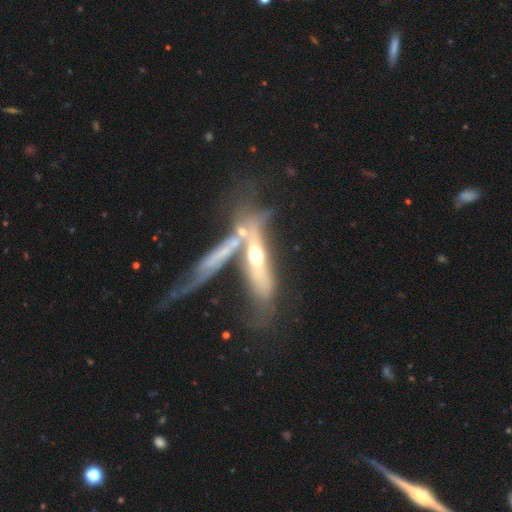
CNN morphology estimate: smooth-or-featured: featured or disk: 61% | smooth: 30% | star or artifact: 9%
  disk-edge-on: yes: 73% | no: 27%
  merging: merger: 35% (tied) | none: 35% (tied) | major disturbance: 15% | minor disturbance: 15%